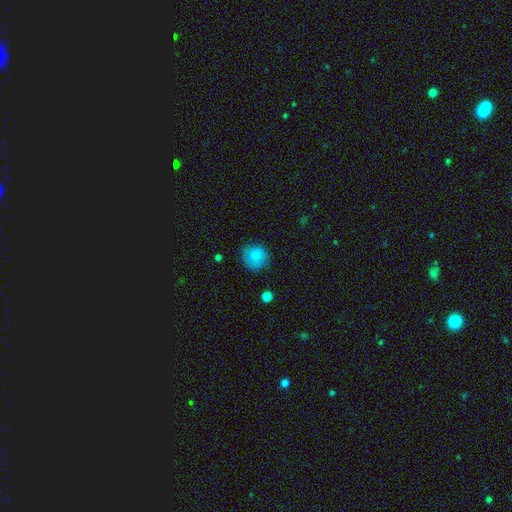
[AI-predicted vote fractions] A smooth galaxy with no disk features (85%) that is round (90%).

Vote fractions:
- Smooth or featured? smooth: 85% / star or artifact: 8% / featured or disk: 7%
- How rounded? round: 90% / in between: 9% / cigar-shaped: 1%
- Merging? none: 80% / minor disturbance: 15% / major disturbance: 4% / merger: 1%